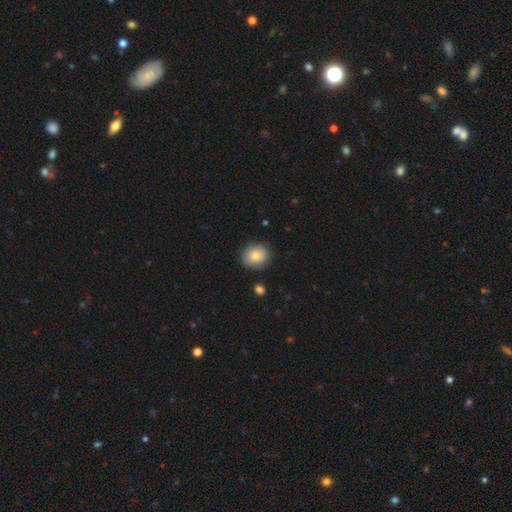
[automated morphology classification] Smooth or featured?
  - smooth: 84% *
  - featured or disk: 9%
  - star or artifact: 8%
How rounded?
  - round: 82% *
  - in between: 17%
  - cigar-shaped: 1%
Merging?
  - none: 86% *
  - minor disturbance: 10%
  - major disturbance: 2%
  - merger: 2%